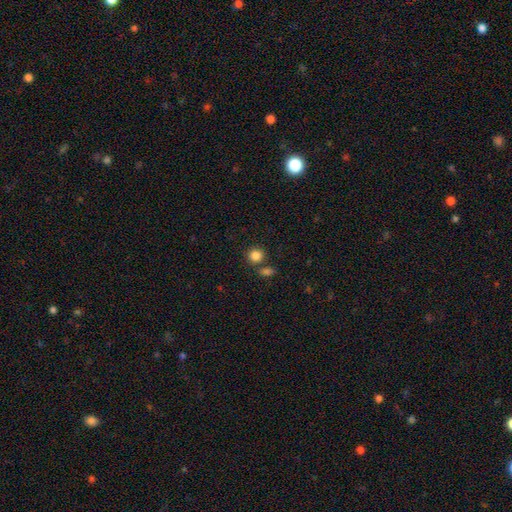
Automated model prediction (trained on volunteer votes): smooth_or_featured: smooth (p=0.85) [alt: star or artifact p=0.10]
how_rounded: round (p=0.84) [alt: in between p=0.15]
merging: none (p=0.70) [alt: merger p=0.17]